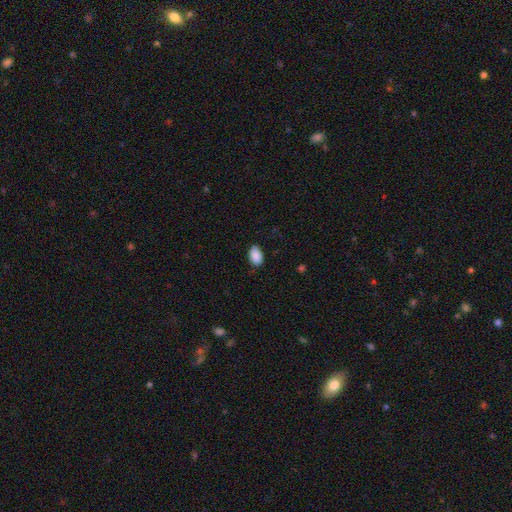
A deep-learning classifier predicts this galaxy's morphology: Smooth or featured? smooth (90%)
How rounded? in between (91%)
Merging? none (83%)